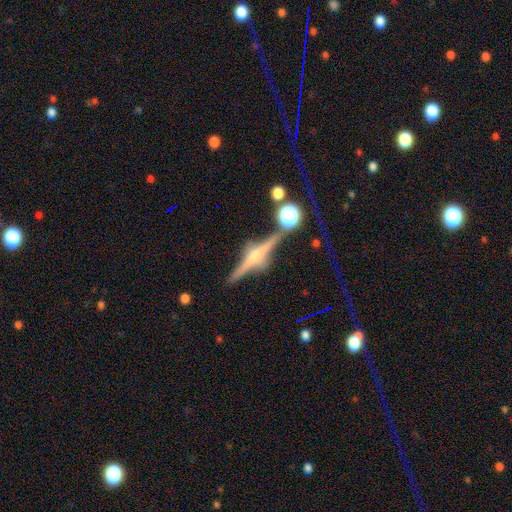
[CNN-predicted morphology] Smooth or featured?
  - featured or disk: 79% *
  - smooth: 12%
  - star or artifact: 9%
Edge-on disk?
  - yes: 97% *
  - no: 3%
Edge-on bulge?
  - rounded: 87% *
  - boxy: 8%
  - none: 5%
Merging?
  - none: 81% *
  - minor disturbance: 10%
  - merger: 6%
  - major disturbance: 3%